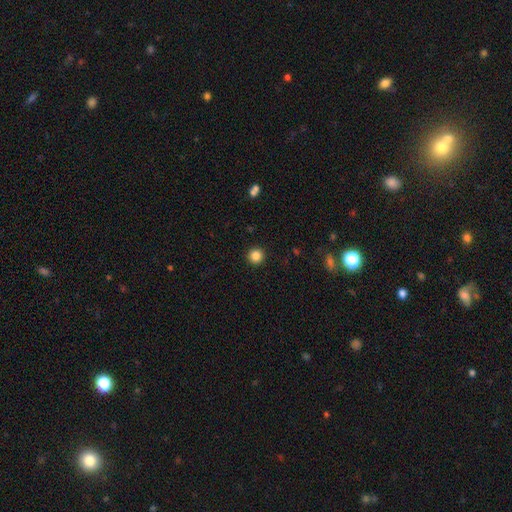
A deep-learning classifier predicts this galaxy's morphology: type=smooth (85%); roundness=round (95%); merging=none (93%).